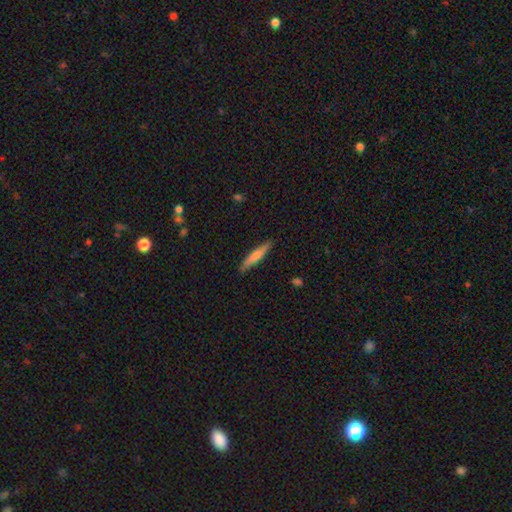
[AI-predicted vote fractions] Smooth or featured?
  - smooth: 68% *
  - featured or disk: 26%
  - star or artifact: 5%
How rounded?
  - cigar-shaped: 90% *
  - in between: 8%
  - round: 1%
Merging?
  - none: 86% *
  - minor disturbance: 11%
  - major disturbance: 2%
  - merger: 1%